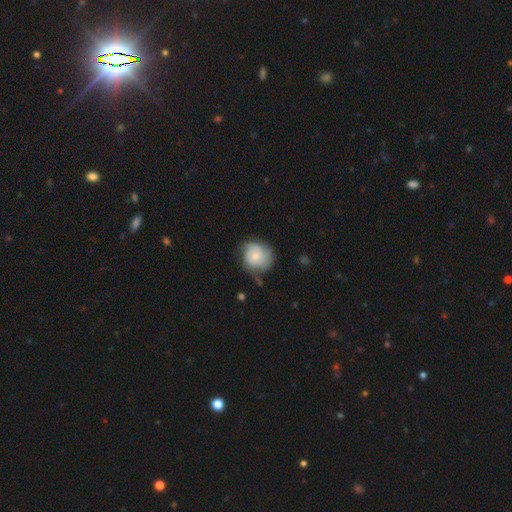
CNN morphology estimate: Smooth or featured: featured or disk — 54% (smooth — 39%)
Edge-on disk: no — 98% (yes — 2%)
Bar: no — 81% (weak — 17%)
Spiral arms: yes — 85% (no — 15%)
Bulge size: small — 66% (moderate — 26%)
Merging: none — 56% (minor disturbance — 29%)